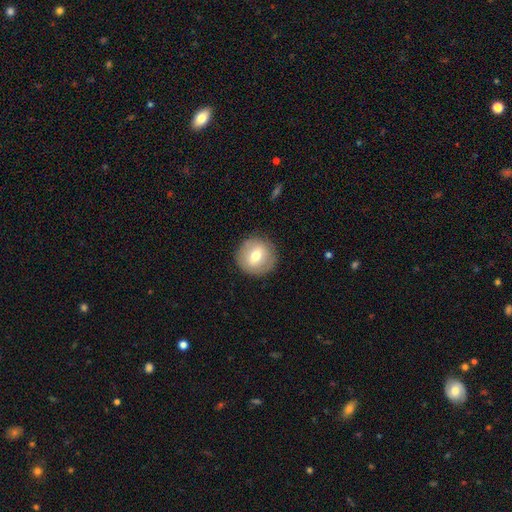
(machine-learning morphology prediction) smooth-or-featured: smooth: 65% | featured or disk: 28% | star or artifact: 8%
  how-rounded: round: 92% | in between: 7% | cigar-shaped: 1%
  merging: none: 89% | minor disturbance: 8% | major disturbance: 3% | merger: 1%